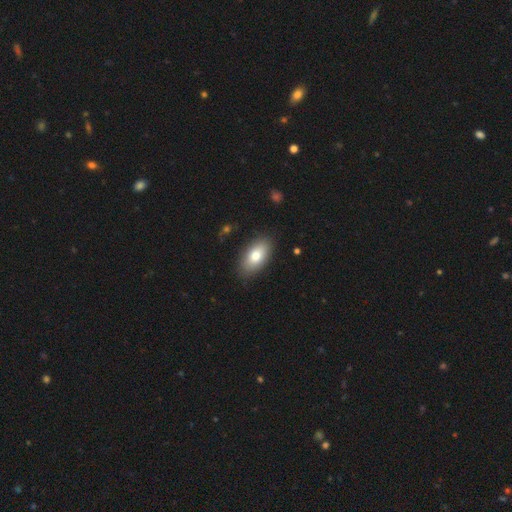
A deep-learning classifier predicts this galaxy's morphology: This appears to be a smooth galaxy with no disk features (77%) that is in between round and cigar-shaped (92%). Merging: none (85%).